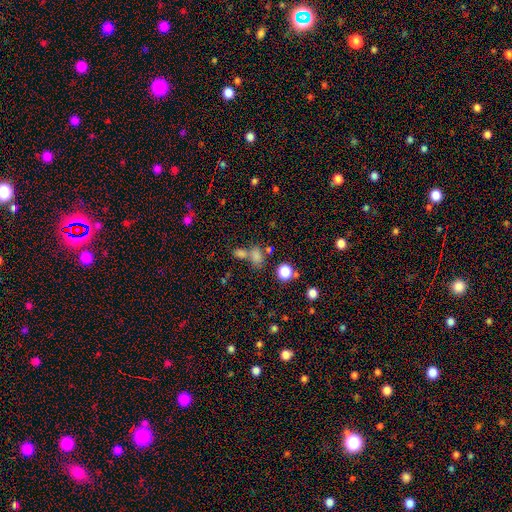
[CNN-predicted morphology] Q: Smooth or featured?
A: smooth (69%); runner-up: star or artifact (21%)
Q: How rounded?
A: in between (64%); runner-up: round (33%)
Q: Merging?
A: merger (43%); runner-up: none (41%)